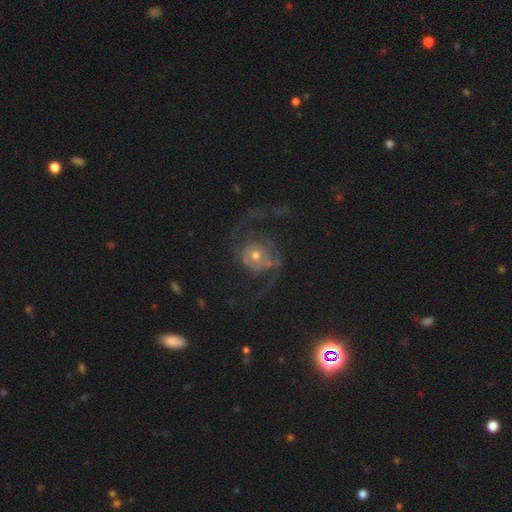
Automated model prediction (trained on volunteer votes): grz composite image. It shows a featured or disk galaxy (77%) with no bar (79%), 2 (66%) loose (43%) spiral arms (82%) and a moderate central bulge (56%). Merging: none (47%).